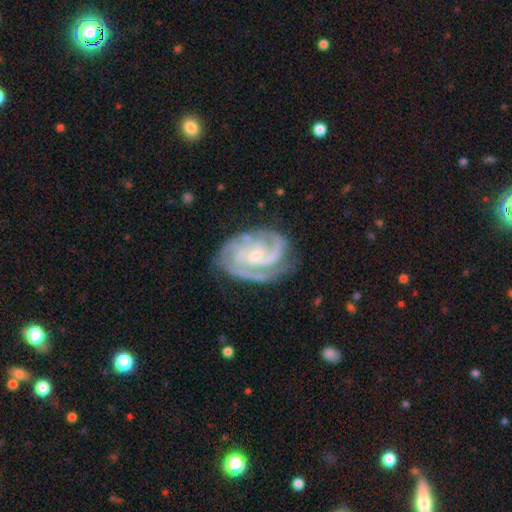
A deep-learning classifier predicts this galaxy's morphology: Smooth or featured: featured or disk — 91% (smooth — 5%)
Edge-on disk: no — 98% (yes — 2%)
Bar: no — 58% (weak — 33%)
Spiral arms: yes — 98% (no — 2%)
Spiral winding: tight — 59% (medium — 35%)
Spiral arm count: 3 — 36% (2 — 32%)
Bulge size: small — 74% (moderate — 21%)
Merging: none — 69% (minor disturbance — 20%)